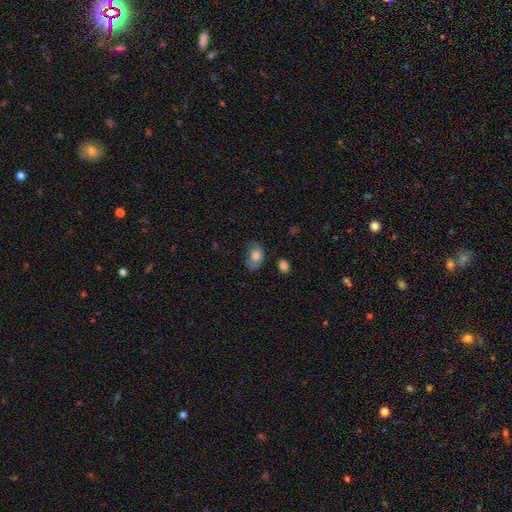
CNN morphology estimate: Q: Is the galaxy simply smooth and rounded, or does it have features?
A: smooth — 76%.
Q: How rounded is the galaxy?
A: in between — 79%.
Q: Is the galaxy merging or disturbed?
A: none — 51%.